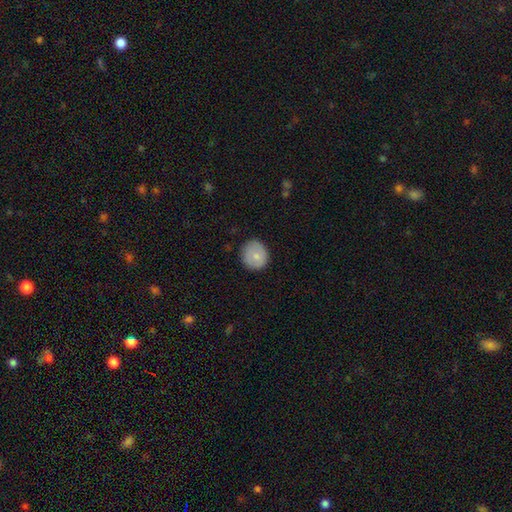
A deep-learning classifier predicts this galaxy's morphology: Smooth or featured?
  - smooth: 78% *
  - featured or disk: 15%
  - star or artifact: 7%
How rounded?
  - round: 87% *
  - in between: 12%
  - cigar-shaped: 1%
Merging?
  - none: 85% *
  - minor disturbance: 11%
  - major disturbance: 2%
  - merger: 1%